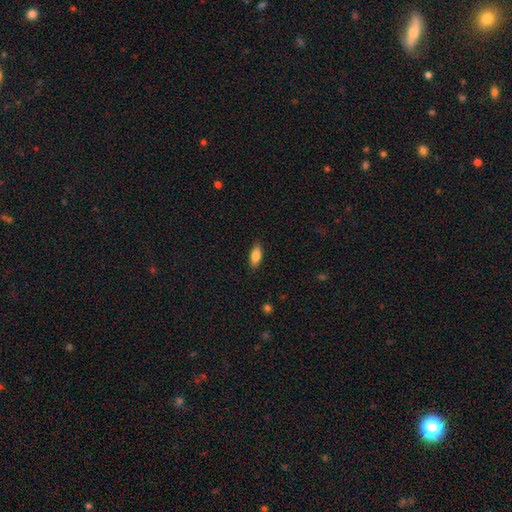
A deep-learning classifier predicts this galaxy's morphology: A smooth galaxy with no disk features (83%) that is in between round and cigar-shaped (79%). Merging: none (88%).